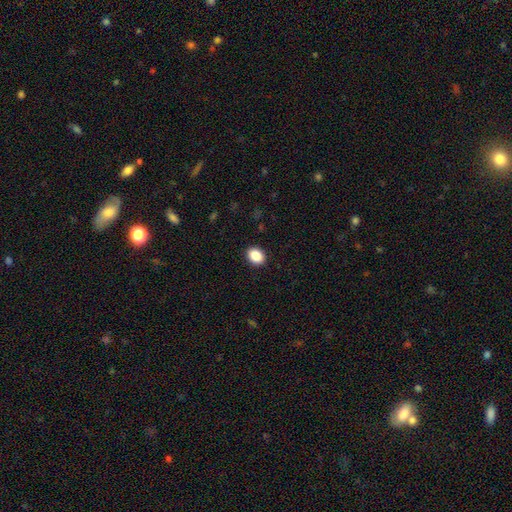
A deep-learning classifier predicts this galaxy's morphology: This appears to be a smooth galaxy with no disk features (88%) that is in between round and cigar-shaped (59%). Merging: none (91%).